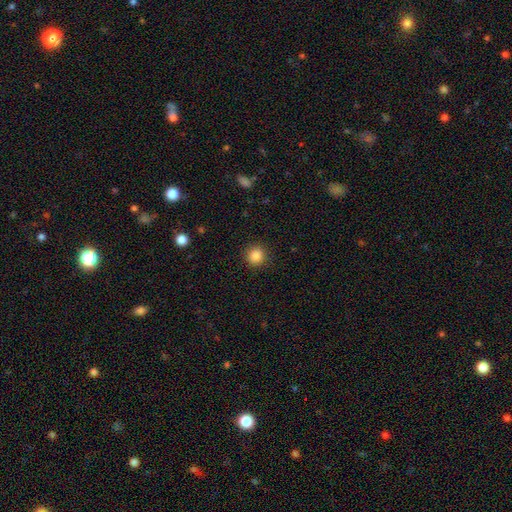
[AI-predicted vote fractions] Smooth or featured? smooth (86%)
How rounded? round (92%)
Merging? none (90%)